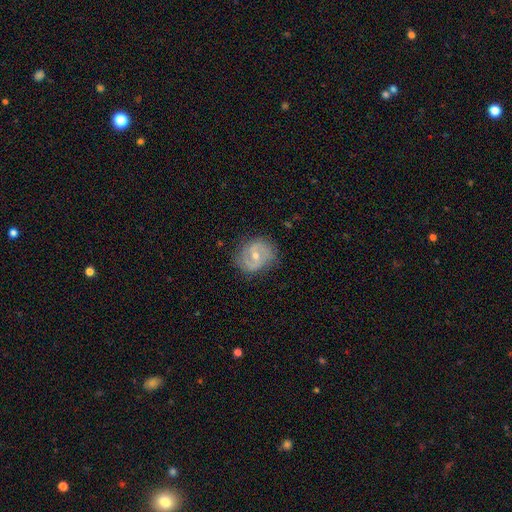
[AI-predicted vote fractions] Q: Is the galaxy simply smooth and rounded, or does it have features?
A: featured or disk — 70%.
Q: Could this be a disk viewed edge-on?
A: no — 96%.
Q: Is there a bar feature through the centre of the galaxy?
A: weak — 46%.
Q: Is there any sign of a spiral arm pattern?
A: yes — 74%.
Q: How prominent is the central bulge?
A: moderate — 57%.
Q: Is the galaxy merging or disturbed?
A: none — 75%.